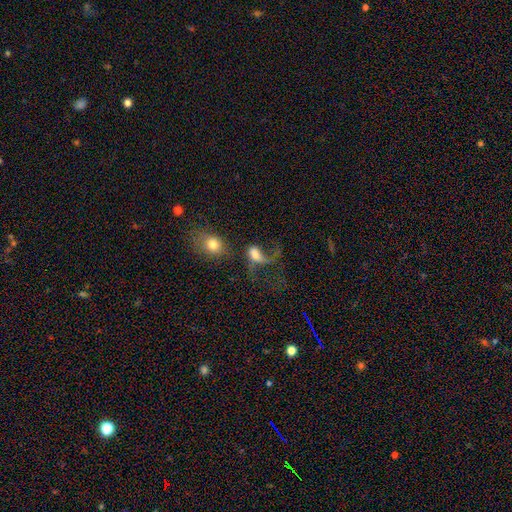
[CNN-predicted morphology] This appears to be a smooth galaxy with no disk features (53%) that is in between round and cigar-shaped (72%). Merging: major disturbance (47%).